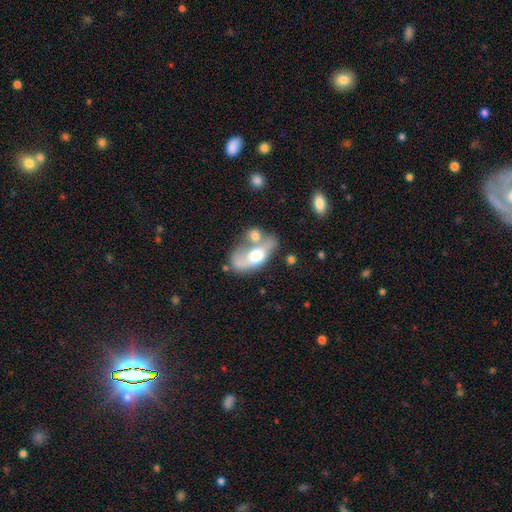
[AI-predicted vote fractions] Smooth or featured? featured or disk (49%)
Merging? merger (52%)